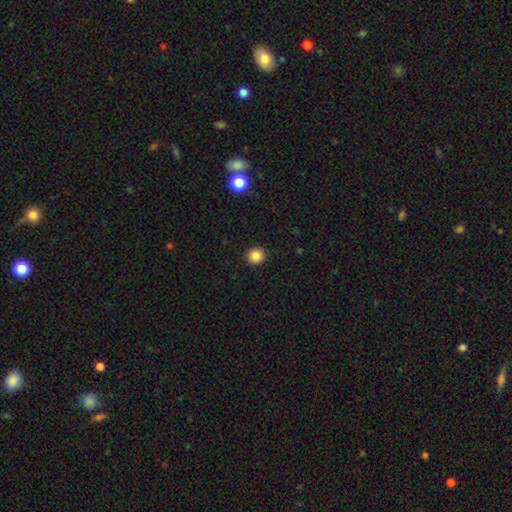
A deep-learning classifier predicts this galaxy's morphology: This is clearly a smooth galaxy (86%). How rounded: clearly round (88%). Merging: clearly none (92%).